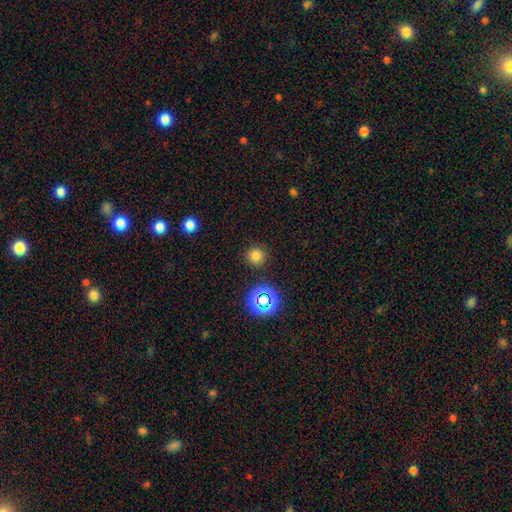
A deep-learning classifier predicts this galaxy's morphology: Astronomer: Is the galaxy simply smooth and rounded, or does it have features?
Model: smooth — 75%.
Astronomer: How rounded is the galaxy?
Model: round — 94%.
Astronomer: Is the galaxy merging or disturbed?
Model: none — 89%.